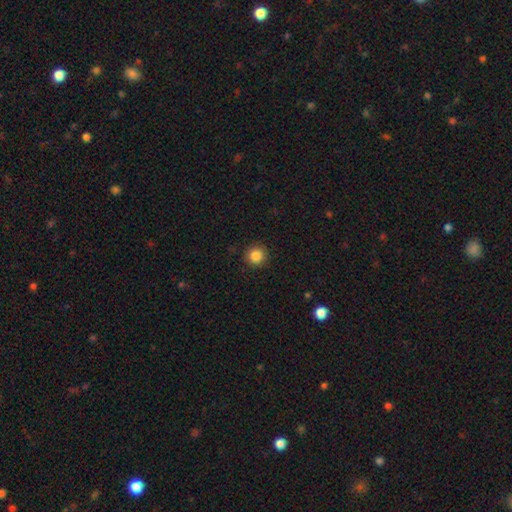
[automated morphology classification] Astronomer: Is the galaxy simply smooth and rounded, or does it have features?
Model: smooth — 85%.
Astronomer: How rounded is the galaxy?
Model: round — 95%.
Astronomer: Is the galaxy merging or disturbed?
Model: none — 91%.